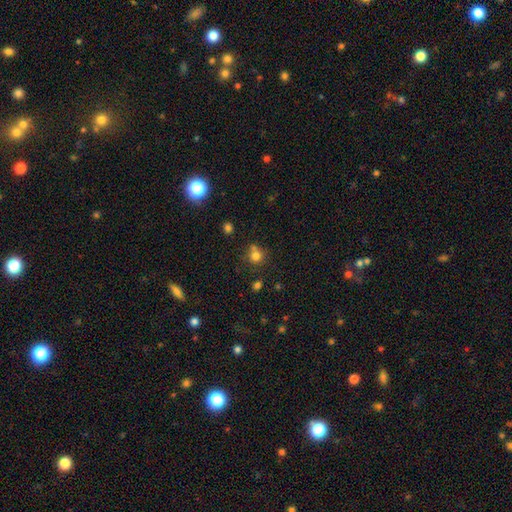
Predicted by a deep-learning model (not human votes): A smooth galaxy with no disk features (77%) that is round (88%).

Vote fractions:
- Smooth or featured? smooth: 77% / star or artifact: 15% / featured or disk: 8%
- How rounded? round: 88% / in between: 11% / cigar-shaped: 1%
- Merging? none: 63% / merger: 20% / minor disturbance: 13% / major disturbance: 4%